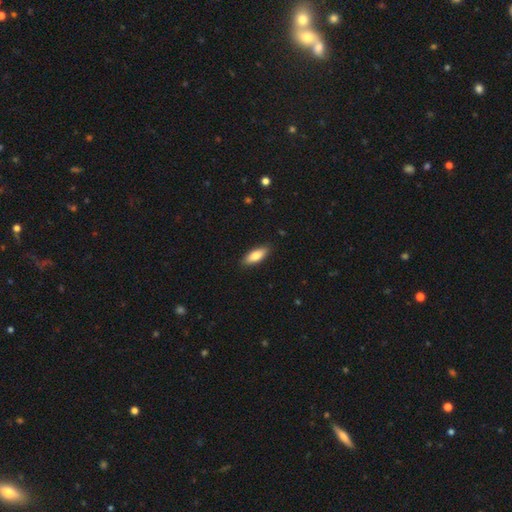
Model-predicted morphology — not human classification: Q: Smooth or featured?
A: smooth (79%); runner-up: featured or disk (16%)
Q: How rounded?
A: in between (69%); runner-up: cigar-shaped (29%)
Q: Merging?
A: none (88%); runner-up: minor disturbance (9%)